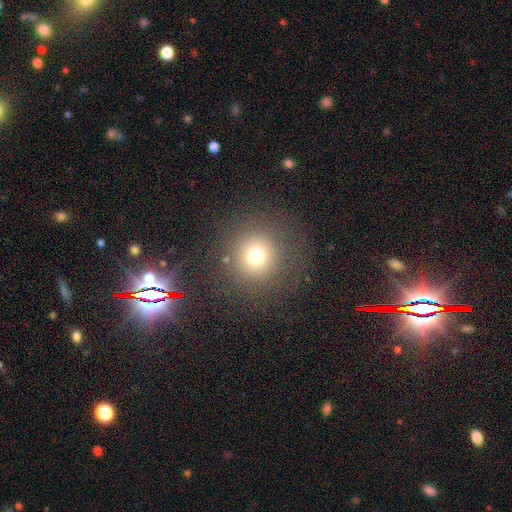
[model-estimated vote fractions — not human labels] This is likely a smooth galaxy (72%). How rounded: clearly round (93%). Merging: clearly none (84%).